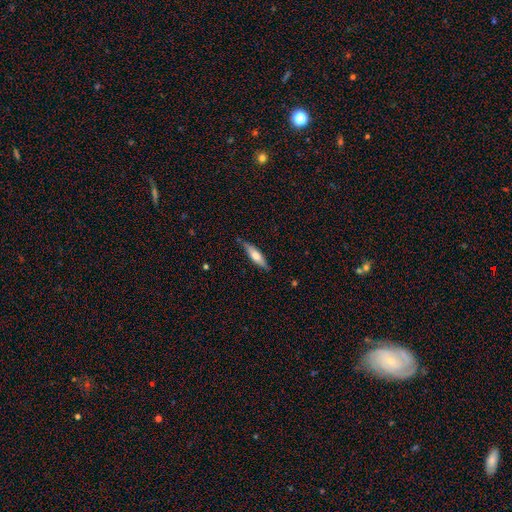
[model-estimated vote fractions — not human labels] This is possibly a smooth galaxy (52%). How rounded: likely cigar-shaped (68%). Merging: likely none (79%).